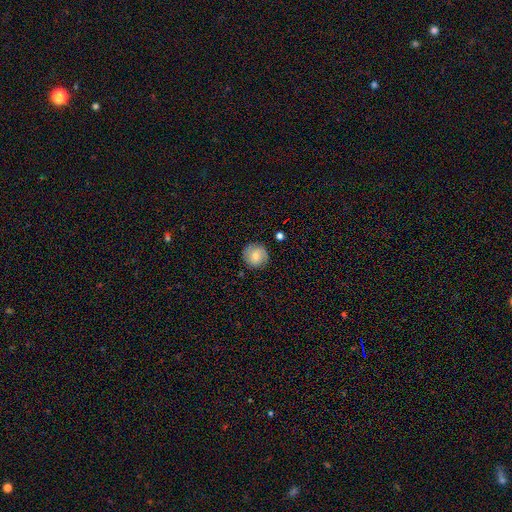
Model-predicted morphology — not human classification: Smooth or featured? Predicted: smooth (p=0.55). How rounded? Predicted: round (p=0.91). Merging? Predicted: none (p=0.85).